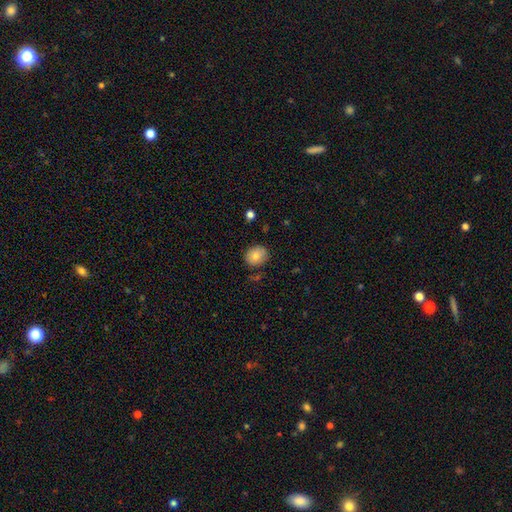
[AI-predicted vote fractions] smooth 81%, featured or disk 11%, star or artifact 8%. Down the decision tree: how rounded — round (58%); merging — none (80%).